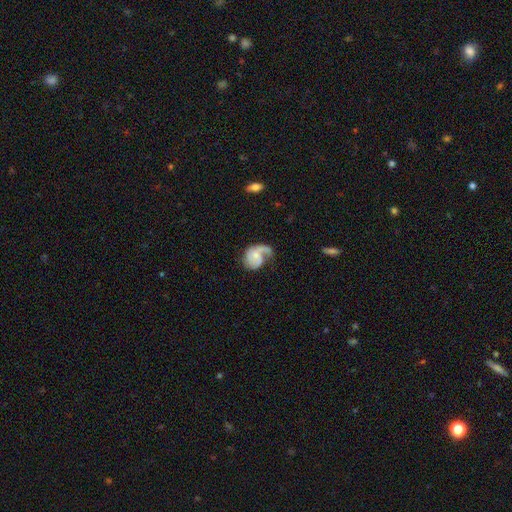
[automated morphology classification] Q: Smooth or featured?
A: featured or disk (73%); runner-up: smooth (21%)
Q: Edge-on disk?
A: no (98%); runner-up: yes (2%)
Q: Bar?
A: no (66%); runner-up: weak (29%)
Q: Spiral arms?
A: yes (92%); runner-up: no (8%)
Q: Spiral winding?
A: medium (41%); runner-up: loose (38%)
Q: Spiral arm count?
A: 1 (50%); runner-up: 2 (41%)
Q: Bulge size?
A: small (52%); runner-up: moderate (28%)
Q: Merging?
A: none (39%); runner-up: major disturbance (33%)